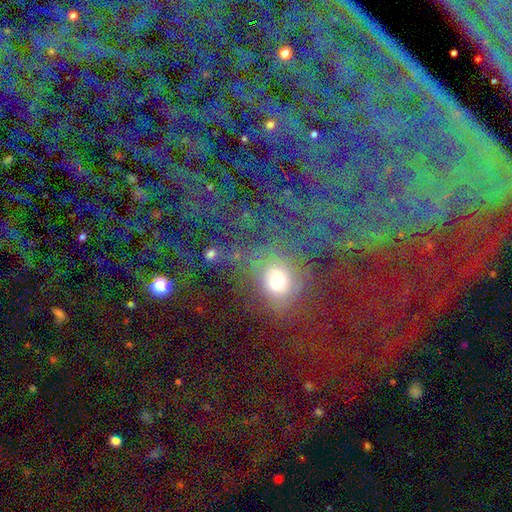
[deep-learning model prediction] The model was most divided on "smooth or featured": smooth: 41%, star or artifact: 39%, featured or disk: 20%. More confident: merging — none (67%).